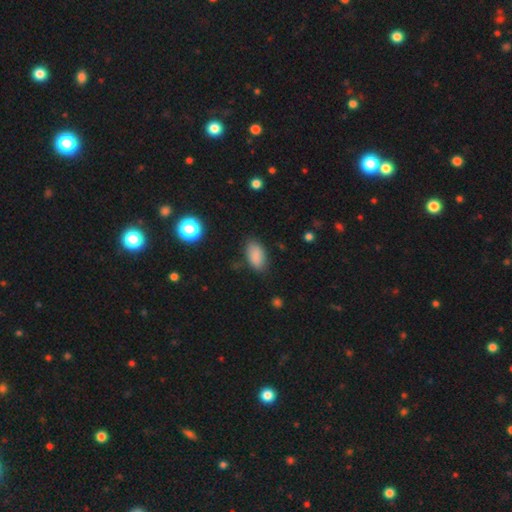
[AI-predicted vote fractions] This appears to be a smooth galaxy with no disk features (86%) that is in between round and cigar-shaped (93%). Merging: none (79%).